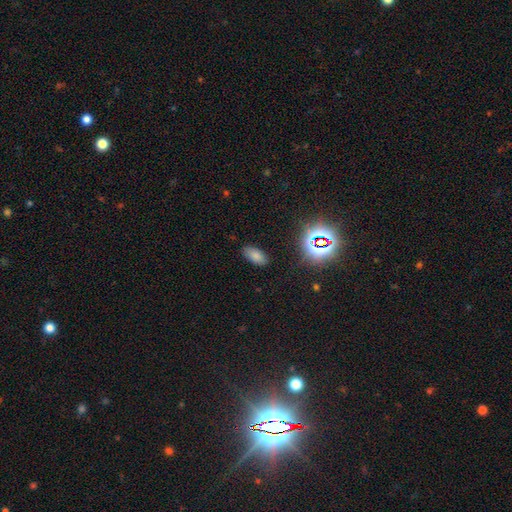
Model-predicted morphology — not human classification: This is likely a smooth galaxy (75%). How rounded: clearly in between (91%). Merging: clearly none (85%).